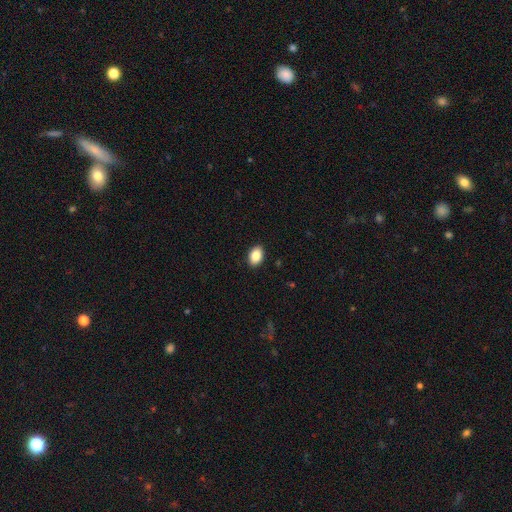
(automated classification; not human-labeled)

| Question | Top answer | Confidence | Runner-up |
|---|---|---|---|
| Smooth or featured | smooth | 87% | star or artifact (8%) |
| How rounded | in between | 86% | round (13%) |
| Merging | none | 90% | minor disturbance (7%) |